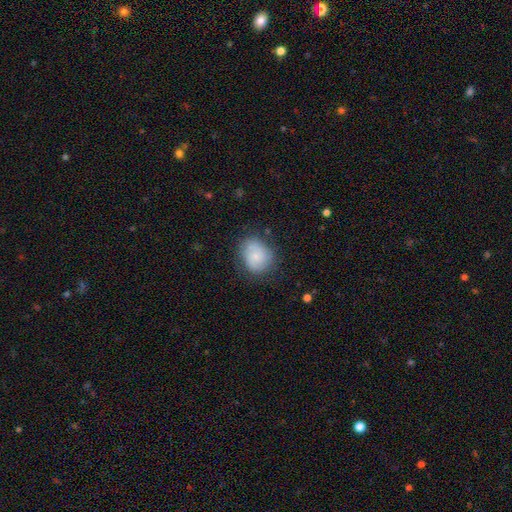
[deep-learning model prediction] Q: Smooth or featured?
A: smooth (66%); runner-up: featured or disk (26%)
Q: How rounded?
A: round (54%); runner-up: in between (45%)
Q: Merging?
A: none (70%); runner-up: minor disturbance (21%)